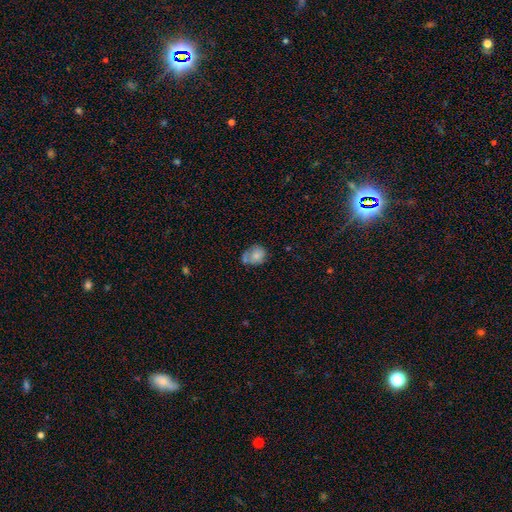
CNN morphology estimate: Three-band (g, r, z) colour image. It shows a smooth galaxy with no disk features (72%) that is round (55%). Merging: none (42%).